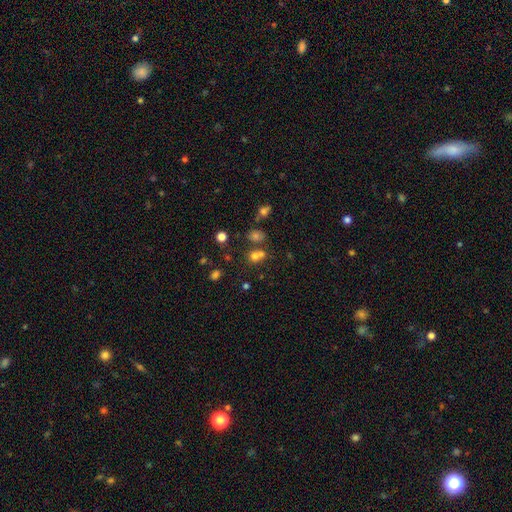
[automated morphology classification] A smooth galaxy with no disk features (66%) that is round (71%).

Vote fractions:
- Smooth or featured? smooth: 66% / star or artifact: 22% / featured or disk: 12%
- How rounded? round: 71% / in between: 27% / cigar-shaped: 1%
- Merging? none: 45% / merger: 42% / minor disturbance: 9% / major disturbance: 4%